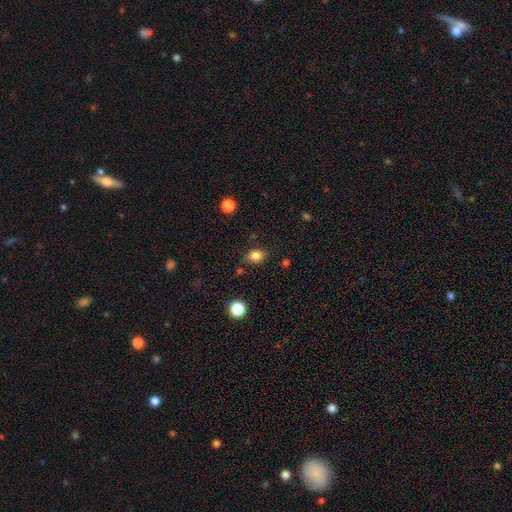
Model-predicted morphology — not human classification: A smooth galaxy with no disk features (84%) that is in between round and cigar-shaped (54%).

Vote fractions:
- Smooth or featured? smooth: 84% / star or artifact: 11% / featured or disk: 5%
- How rounded? in between: 54% / round: 45% / cigar-shaped: 1%
- Merging? none: 81% / minor disturbance: 13% / major disturbance: 3% / merger: 3%